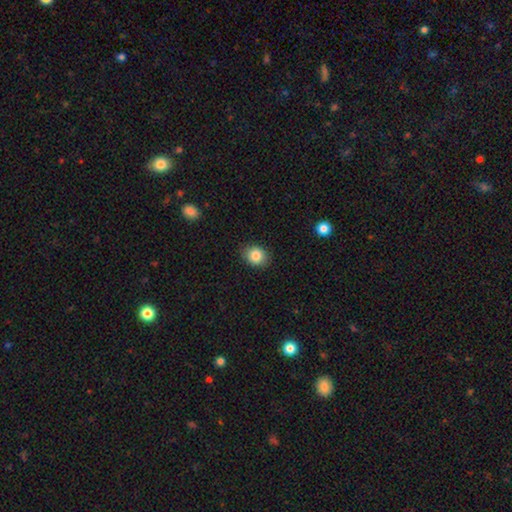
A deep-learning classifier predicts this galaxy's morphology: smooth 85%, star or artifact 9%, featured or disk 6%. Down the decision tree: how rounded — round (59%); merging — none (87%).